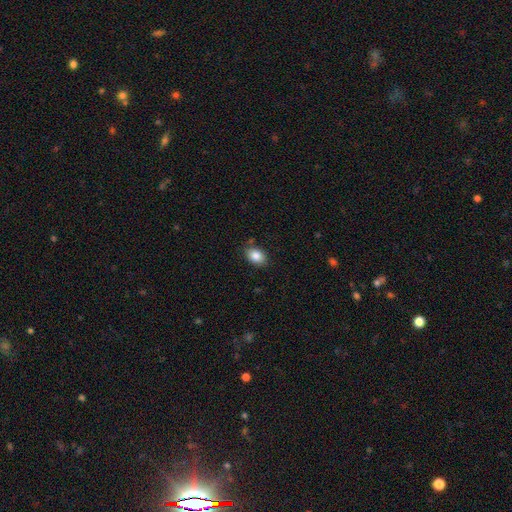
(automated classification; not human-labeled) smooth-or-featured: smooth: 85% | star or artifact: 8% | featured or disk: 7%
  how-rounded: in between: 82% | round: 17% | cigar-shaped: 1%
  merging: none: 83% | minor disturbance: 12% | major disturbance: 3% | merger: 2%